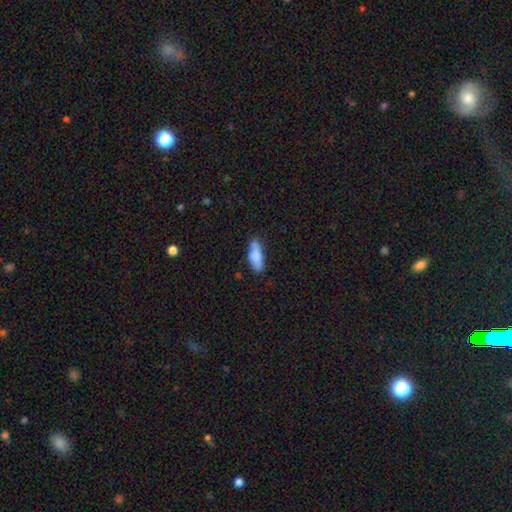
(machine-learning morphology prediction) This appears to be a smooth galaxy with no disk features (80%) that is in between round and cigar-shaped (63%). Merging: none (72%).